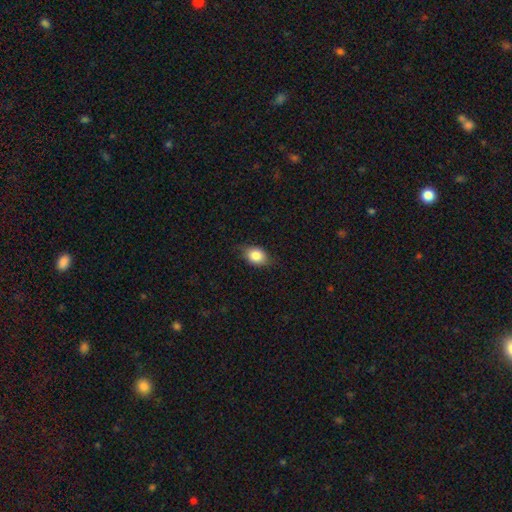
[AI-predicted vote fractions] Smooth or featured? smooth (82%)
How rounded? in between (67%)
Merging? none (75%)